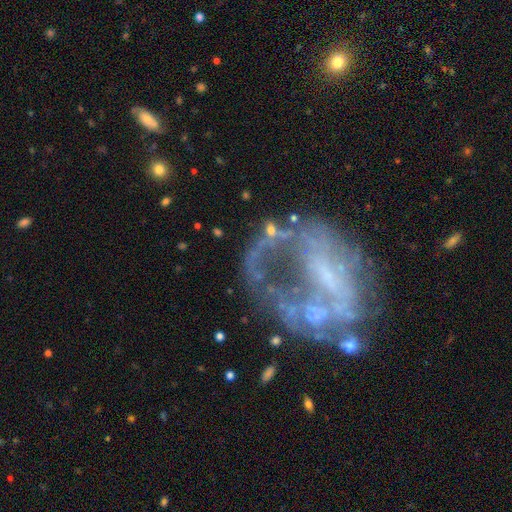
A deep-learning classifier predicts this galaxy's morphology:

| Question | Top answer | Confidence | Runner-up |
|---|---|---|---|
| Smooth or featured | featured or disk | 69% | star or artifact (16%) |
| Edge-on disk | no | 97% | yes (3%) |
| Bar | no | 64% | weak (24%) |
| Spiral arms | no | 62% | yes (38%) |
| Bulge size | none | 60% | small (23%) |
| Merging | major disturbance | 41% | none (34%) |